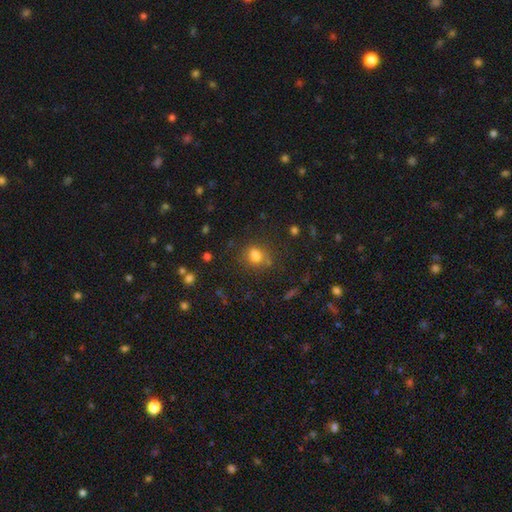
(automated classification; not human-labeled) Smooth or featured? smooth (76%)
How rounded? in between (51%)
Merging? none (68%)